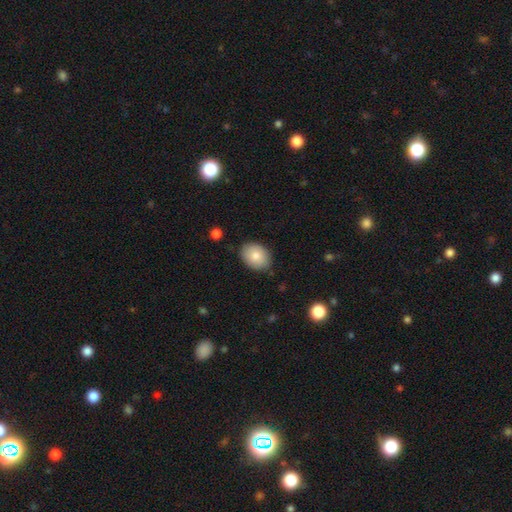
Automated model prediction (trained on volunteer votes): A smooth galaxy with no disk features (81%) that is in between round and cigar-shaped (69%).

Vote fractions:
- Smooth or featured? smooth: 81% / featured or disk: 11% / star or artifact: 7%
- How rounded? in between: 69% / round: 30% / cigar-shaped: 1%
- Merging? none: 82% / minor disturbance: 14% / major disturbance: 3% / merger: 1%